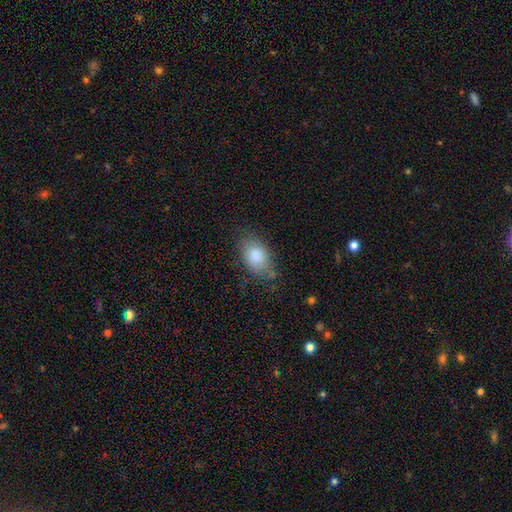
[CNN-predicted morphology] Q: Smooth or featured?
A: smooth (84%); runner-up: featured or disk (9%)
Q: How rounded?
A: in between (88%); runner-up: round (10%)
Q: Merging?
A: none (71%); runner-up: minor disturbance (22%)